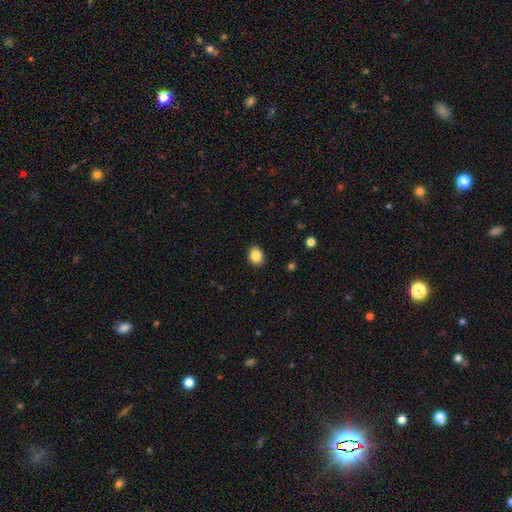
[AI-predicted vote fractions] Smooth or featured: smooth — 86% (star or artifact — 9%)
How rounded: in between — 59% (round — 40%)
Merging: none — 89% (minor disturbance — 8%)